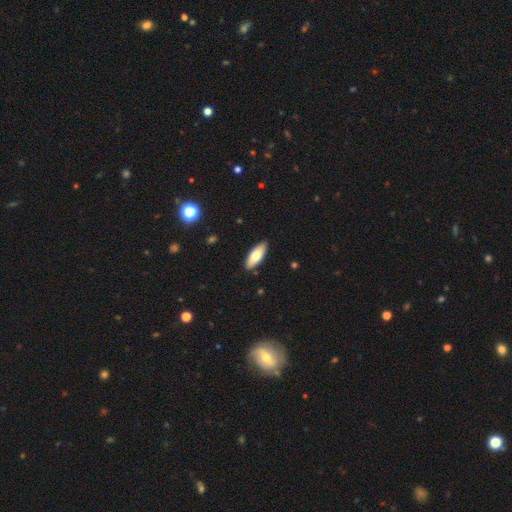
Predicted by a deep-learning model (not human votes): smooth_or_featured: smooth (p=0.75) [alt: featured or disk p=0.19]
how_rounded: in between (p=0.76) [alt: cigar-shaped p=0.22]
merging: none (p=0.87) [alt: minor disturbance p=0.10]